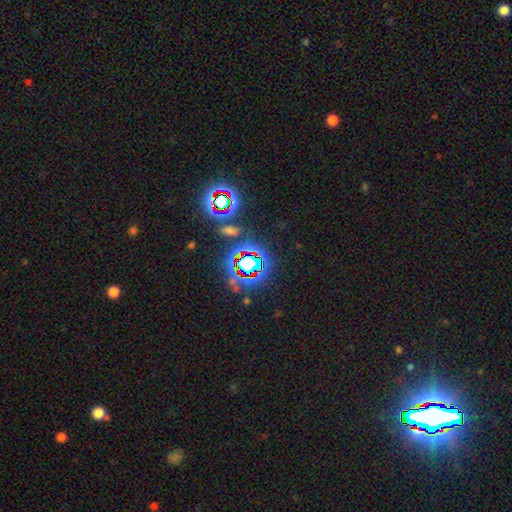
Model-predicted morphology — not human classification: Q: Smooth or featured?
A: star or artifact (78%); runner-up: smooth (12%)